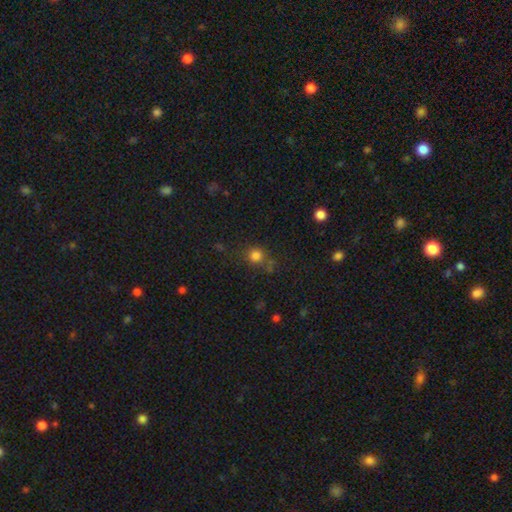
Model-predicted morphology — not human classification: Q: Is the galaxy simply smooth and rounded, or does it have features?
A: smooth — 79%.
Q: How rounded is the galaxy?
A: round — 85%.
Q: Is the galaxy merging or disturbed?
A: none — 69%.